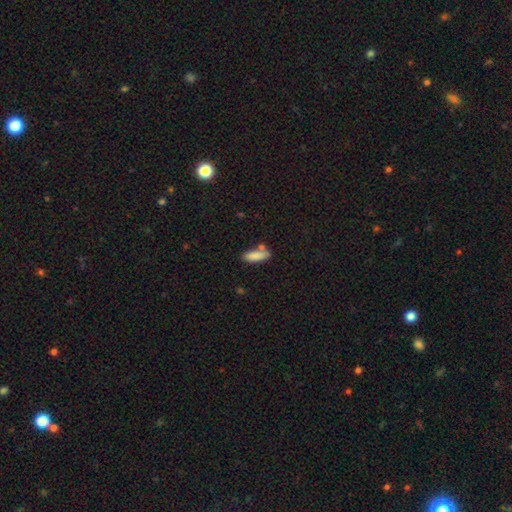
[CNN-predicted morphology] smooth_or_featured: smooth (p=0.85) [alt: featured or disk p=0.08]
how_rounded: in between (p=0.60) [alt: cigar-shaped p=0.38]
merging: none (p=0.65) [alt: minor disturbance p=0.17]